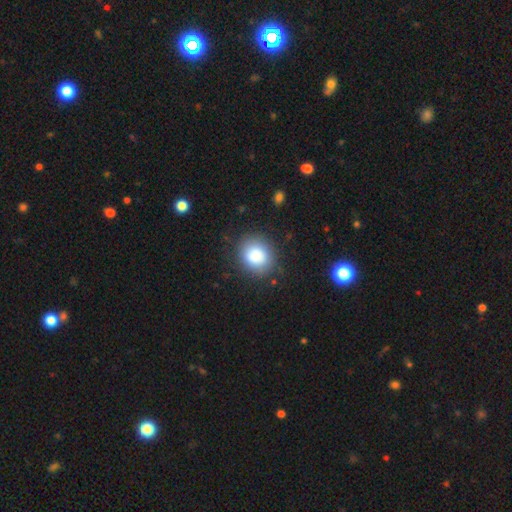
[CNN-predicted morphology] smooth-or-featured: smooth: 85% | star or artifact: 9% | featured or disk: 6%
  how-rounded: round: 81% | in between: 18% | cigar-shaped: 1%
  merging: none: 86% | minor disturbance: 9% | major disturbance: 4% | merger: 1%